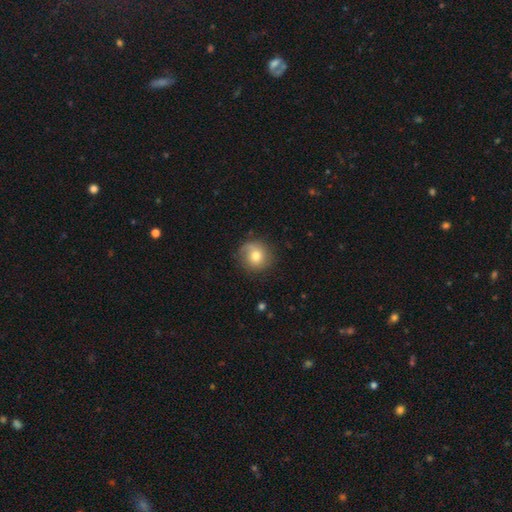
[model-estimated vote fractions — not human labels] The model was most divided on "smooth or featured": smooth: 71%, featured or disk: 20%, star or artifact: 9%. More confident: how rounded — round (90%); merging — none (74%).